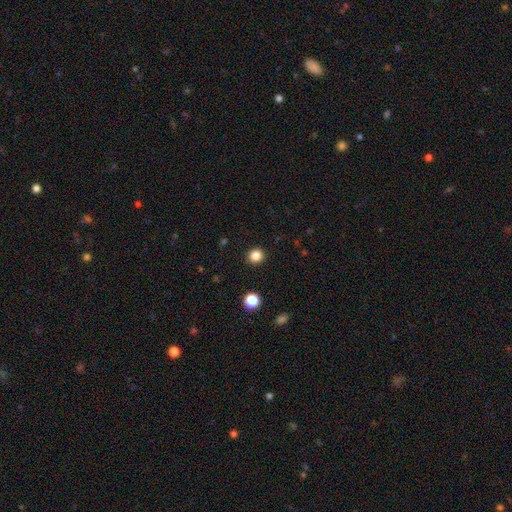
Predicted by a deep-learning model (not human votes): A smooth galaxy with no disk features (85%) that is round (87%).

Vote fractions:
- Smooth or featured? smooth: 85% / star or artifact: 12% / featured or disk: 3%
- How rounded? round: 87% / in between: 12% / cigar-shaped: 1%
- Merging? none: 92% / minor disturbance: 5% / major disturbance: 2% / merger: 1%